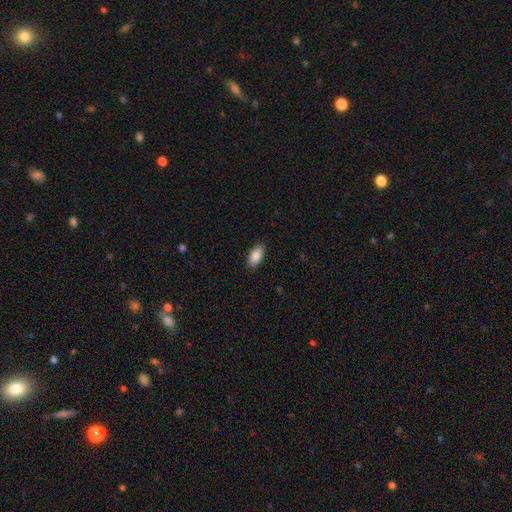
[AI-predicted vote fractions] Smooth or featured: smooth — 88% (star or artifact — 7%)
How rounded: in between — 92% (cigar-shaped — 6%)
Merging: none — 89% (minor disturbance — 8%)